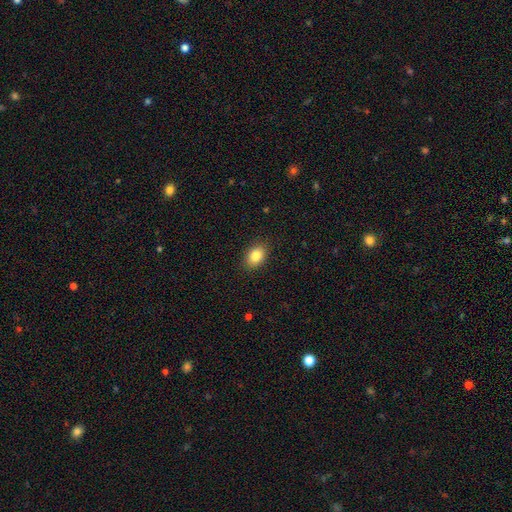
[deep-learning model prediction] This is clearly a smooth galaxy (85%). How rounded: likely in between (77%). Merging: clearly none (89%).